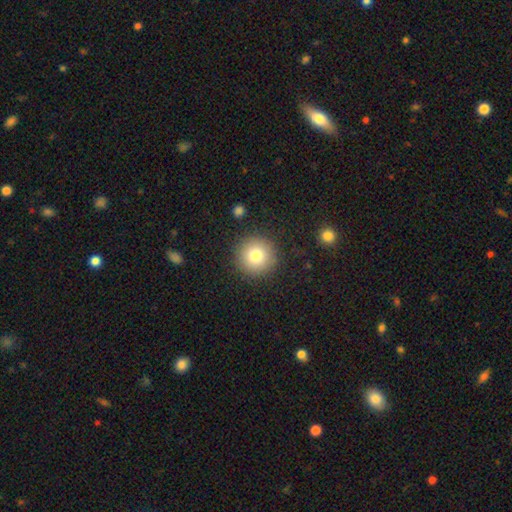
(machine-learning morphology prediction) A smooth galaxy with no disk features (79%) that is round (96%). Merging: none (90%).